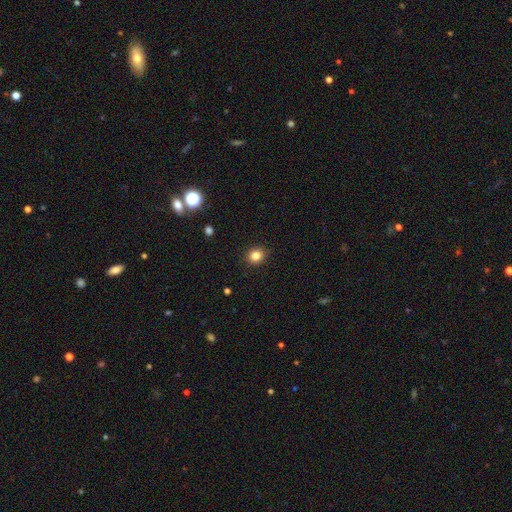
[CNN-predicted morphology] Smooth or featured?
  - smooth: 83% *
  - star or artifact: 12%
  - featured or disk: 5%
How rounded?
  - round: 78% *
  - in between: 21%
  - cigar-shaped: 1%
Merging?
  - none: 91% *
  - minor disturbance: 6%
  - major disturbance: 2%
  - merger: 1%